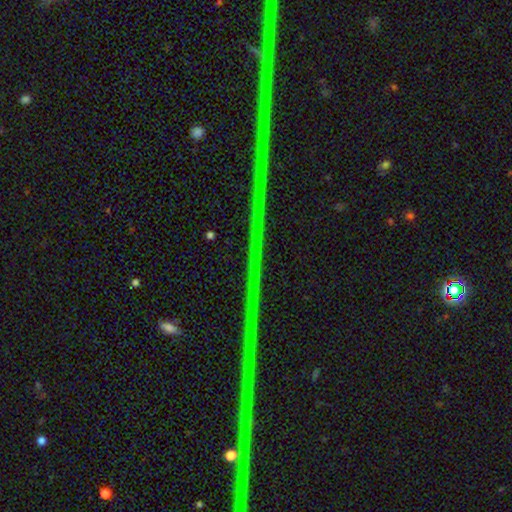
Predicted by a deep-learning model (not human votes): The model was most divided on "smooth or featured": star or artifact: 87%, featured or disk: 8%, smooth: 4%.